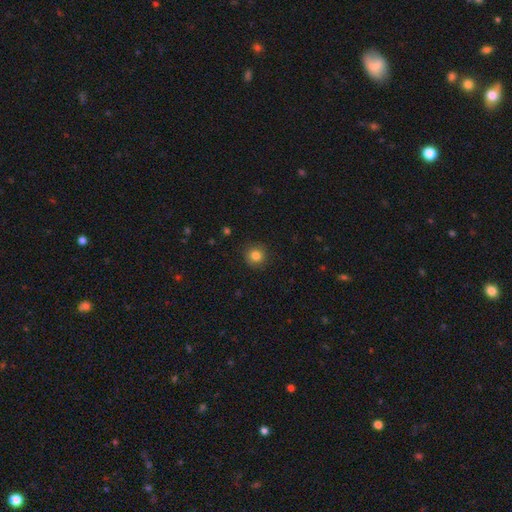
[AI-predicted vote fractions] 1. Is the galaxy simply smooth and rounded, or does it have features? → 83% smooth, 11% star or artifact, 6% featured or disk.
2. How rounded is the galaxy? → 92% round, 7% in between, 1% cigar-shaped.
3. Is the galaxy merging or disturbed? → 90% none, 7% minor disturbance, 2% major disturbance, 1% merger.